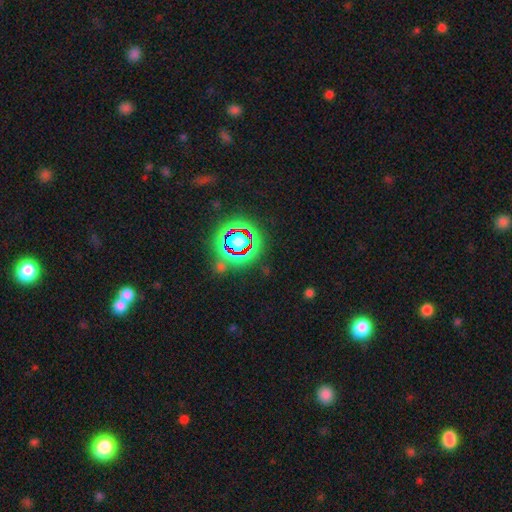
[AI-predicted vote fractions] The model was most divided on "smooth or featured": star or artifact: 78%, smooth: 13%, featured or disk: 8%.